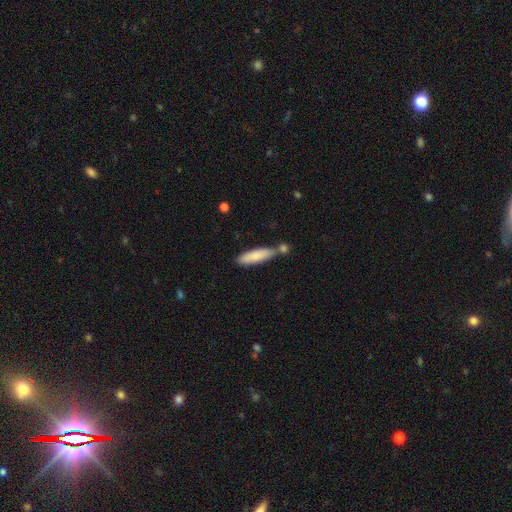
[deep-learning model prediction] Morphology: type=smooth (80%); roundness=cigar-shaped (69%); merging=none (60%).